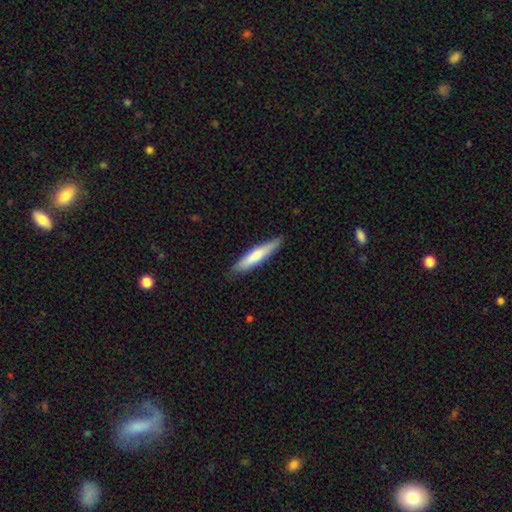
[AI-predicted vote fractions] Smooth or featured? Predicted: smooth (p=0.70). How rounded? Predicted: cigar-shaped (p=0.89). Merging? Predicted: none (p=0.86).